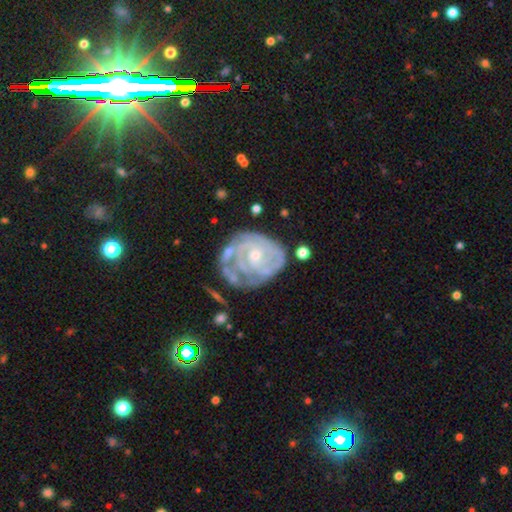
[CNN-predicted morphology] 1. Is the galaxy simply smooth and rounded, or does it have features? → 85% featured or disk, 10% smooth, 5% star or artifact.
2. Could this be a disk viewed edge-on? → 98% no, 2% yes.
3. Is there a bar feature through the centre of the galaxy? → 72% no, 24% weak, 5% strong.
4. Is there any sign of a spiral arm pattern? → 92% yes, 8% no.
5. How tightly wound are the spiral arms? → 77% tight, 19% medium, 5% loose.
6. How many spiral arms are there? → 39% can't tell, 24% 2, 19% 3, 8% 4, 6% 1, 5% more than 4.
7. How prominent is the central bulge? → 60% small, 35% moderate, 2% none, 2% large, 1% dominant.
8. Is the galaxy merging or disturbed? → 55% none, 25% minor disturbance, 14% major disturbance, 6% merger.